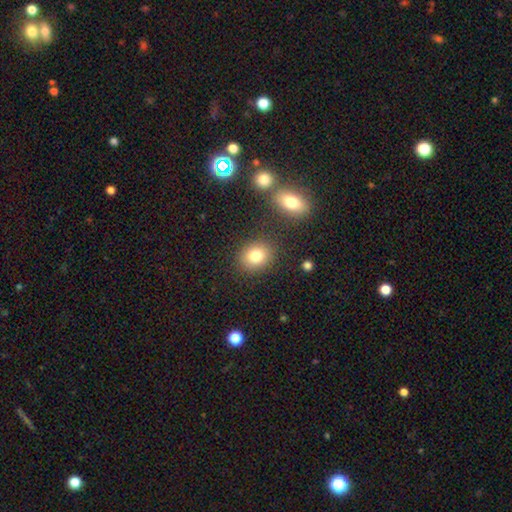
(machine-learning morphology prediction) Smooth or featured?
  - smooth: 81% *
  - star or artifact: 11%
  - featured or disk: 8%
How rounded?
  - round: 59% *
  - in between: 40%
  - cigar-shaped: 1%
Merging?
  - none: 84% *
  - minor disturbance: 9%
  - merger: 4%
  - major disturbance: 3%